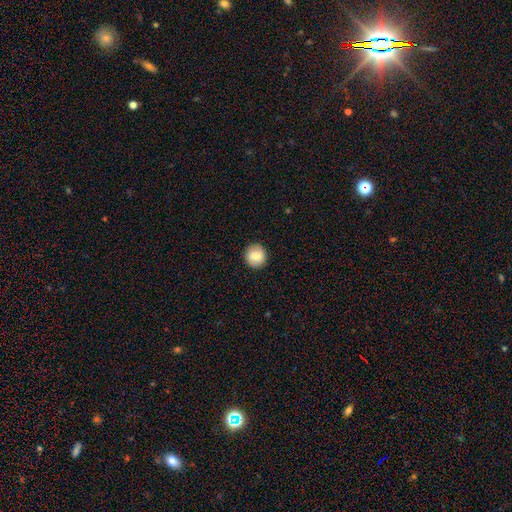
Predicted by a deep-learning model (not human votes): A smooth galaxy with no disk features (76%) that is round (89%). Merging: none (91%).